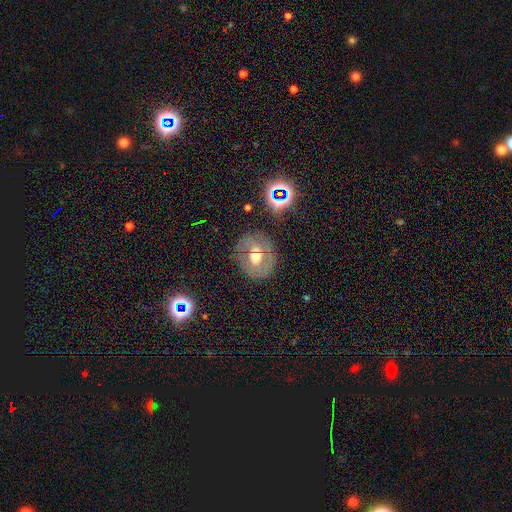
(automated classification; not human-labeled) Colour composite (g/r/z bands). It shows a featured or disk galaxy (50%). Merging: none (71%).